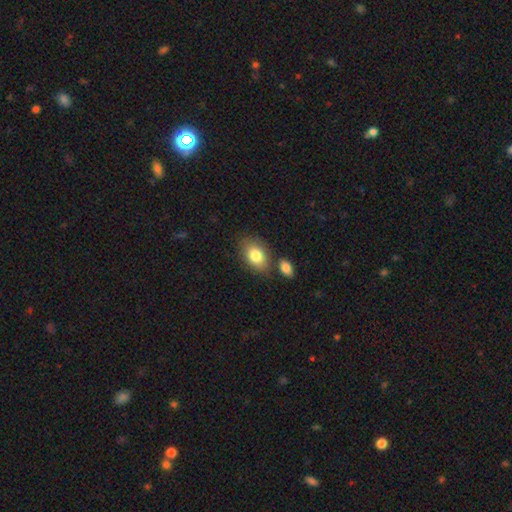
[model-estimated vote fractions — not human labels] smooth 82%, featured or disk 11%, star or artifact 7%. Down the decision tree: how rounded — in between (83%); merging — none (69%).